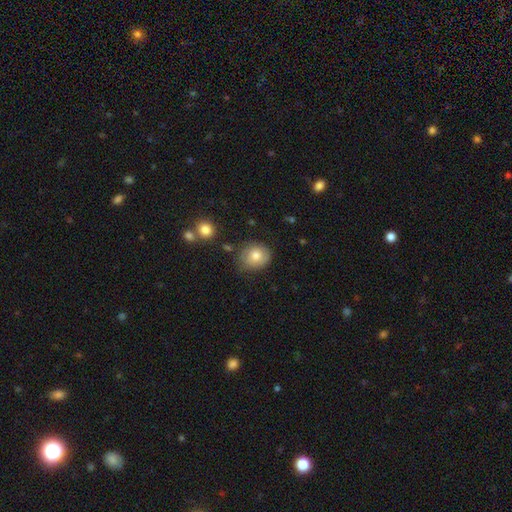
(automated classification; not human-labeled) A smooth galaxy with no disk features (74%) that is round (68%). Merging: none (73%).